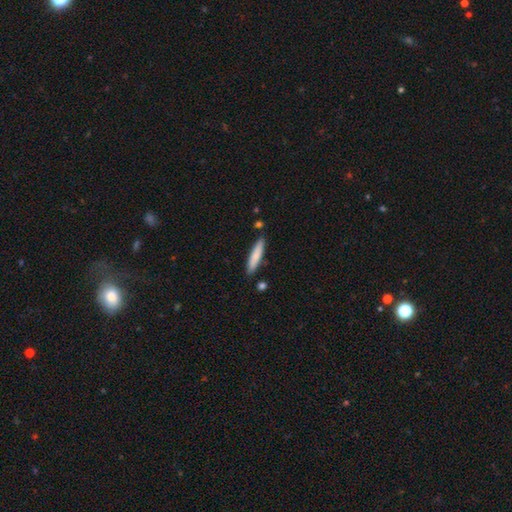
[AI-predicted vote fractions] Smooth or featured? smooth (80%)
How rounded? cigar-shaped (87%)
Merging? none (85%)